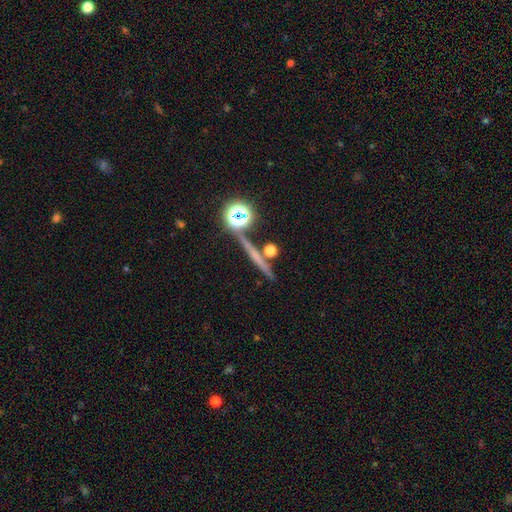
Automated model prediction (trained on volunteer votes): Smooth or featured?
  - featured or disk: 40% *
  - smooth: 33%
  - star or artifact: 27%
Merging?
  - none: 82% *
  - minor disturbance: 8%
  - merger: 7%
  - major disturbance: 3%